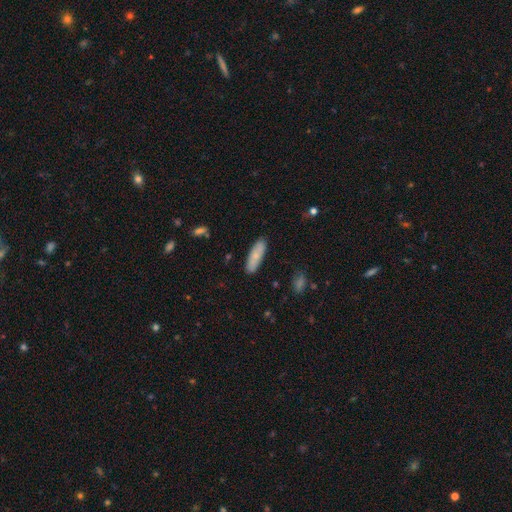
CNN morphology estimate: This is likely a smooth galaxy (75%). How rounded: possibly cigar-shaped (52%). Merging: clearly none (86%).